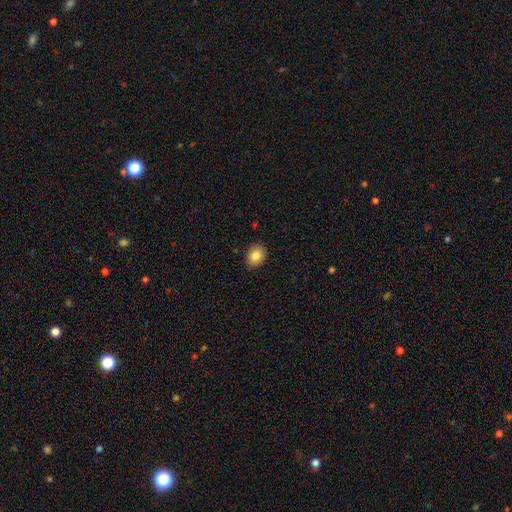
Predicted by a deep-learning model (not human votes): A smooth galaxy with no disk features (85%) that is round (51%).

Vote fractions:
- Smooth or featured? smooth: 85% / star or artifact: 9% / featured or disk: 7%
- How rounded? round: 51% / in between: 48% / cigar-shaped: 1%
- Merging? none: 89% / minor disturbance: 8% / major disturbance: 2% / merger: 1%